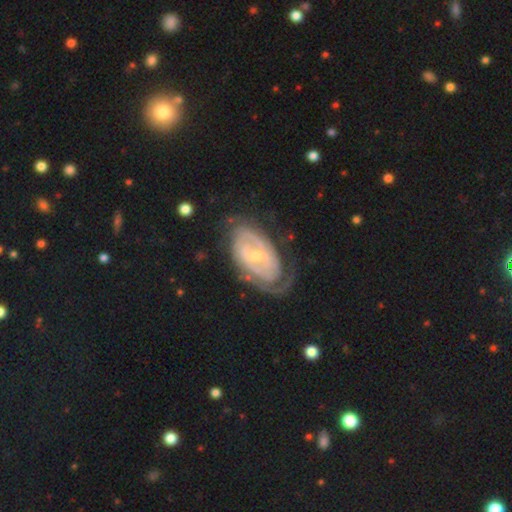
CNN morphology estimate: smooth_or_featured: featured or disk (p=0.88) [alt: smooth p=0.08]
disk_edge_on: no (p=0.96) [alt: yes p=0.04]
bar: weak (p=0.47) [alt: strong p=0.33]
has_spiral_arms: yes (p=0.95) [alt: no p=0.05]
spiral_winding: tight (p=0.67) [alt: medium p=0.26]
spiral_arm_count: 2 (p=0.53) [alt: can't tell p=0.25]
bulge_size: small (p=0.60) [alt: moderate p=0.35]
merging: none (p=0.65) [alt: minor disturbance p=0.21]